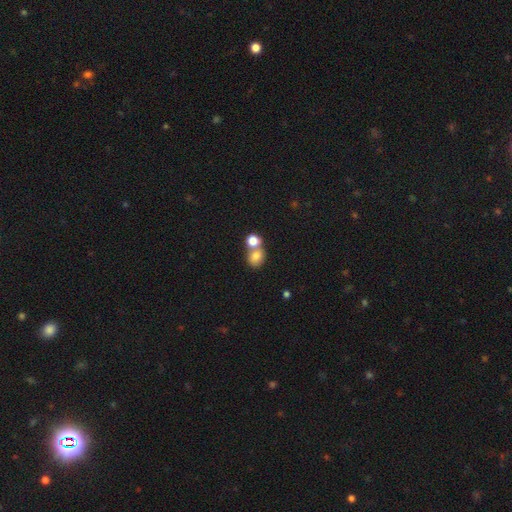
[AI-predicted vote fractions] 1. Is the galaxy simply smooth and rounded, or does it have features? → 79% smooth, 11% star or artifact, 10% featured or disk.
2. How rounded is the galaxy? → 68% round, 31% in between, 1% cigar-shaped.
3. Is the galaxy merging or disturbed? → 52% merger, 37% none, 7% minor disturbance, 3% major disturbance.